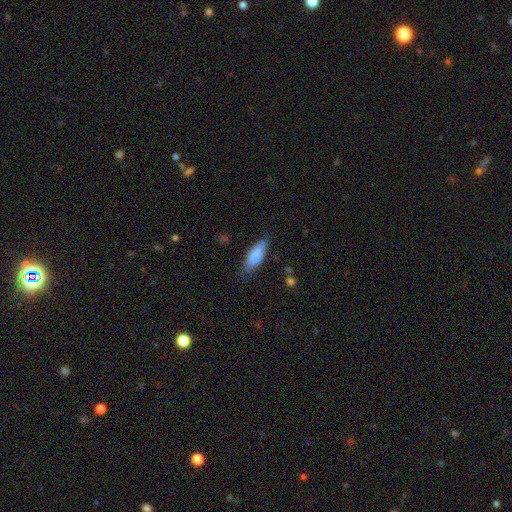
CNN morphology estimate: This appears to be a smooth galaxy with no disk features (80%) that is in between round and cigar-shaped (67%). Merging: none (70%).